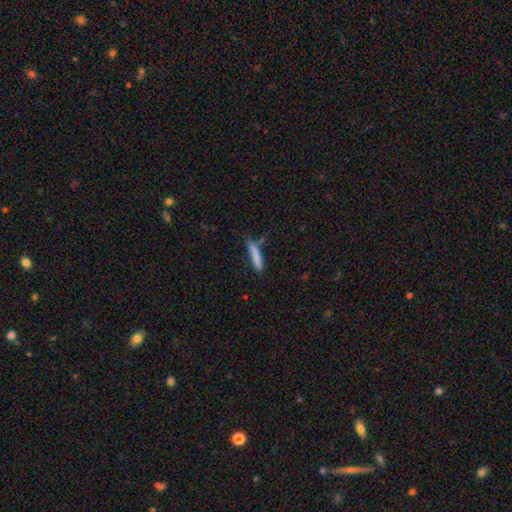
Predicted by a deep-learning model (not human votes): This is clearly a smooth galaxy (80%). How rounded: clearly cigar-shaped (89%). Merging: likely none (65%).